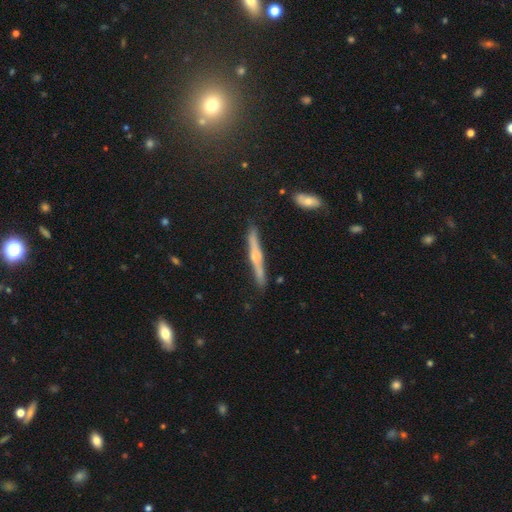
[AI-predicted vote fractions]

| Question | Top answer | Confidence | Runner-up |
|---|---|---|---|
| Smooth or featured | featured or disk | 66% | smooth (26%) |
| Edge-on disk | yes | 97% | no (3%) |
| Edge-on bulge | rounded | 79% | none (14%) |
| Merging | none | 87% | minor disturbance (9%) |